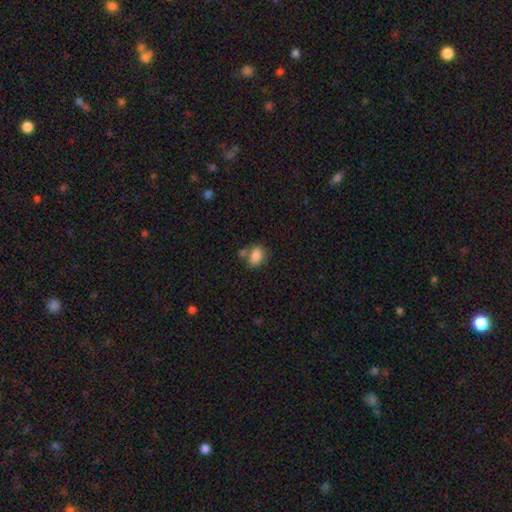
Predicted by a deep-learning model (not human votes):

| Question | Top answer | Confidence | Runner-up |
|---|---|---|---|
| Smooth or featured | smooth | 85% | star or artifact (9%) |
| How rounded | in between | 75% | round (23%) |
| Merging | none | 57% | merger (21%) |